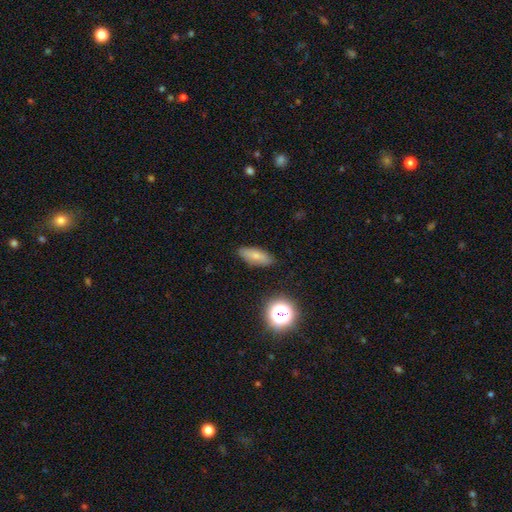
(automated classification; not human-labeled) Q: Smooth or featured?
A: smooth (73%); runner-up: featured or disk (16%)
Q: How rounded?
A: in between (71%); runner-up: cigar-shaped (24%)
Q: Merging?
A: none (85%); runner-up: minor disturbance (11%)